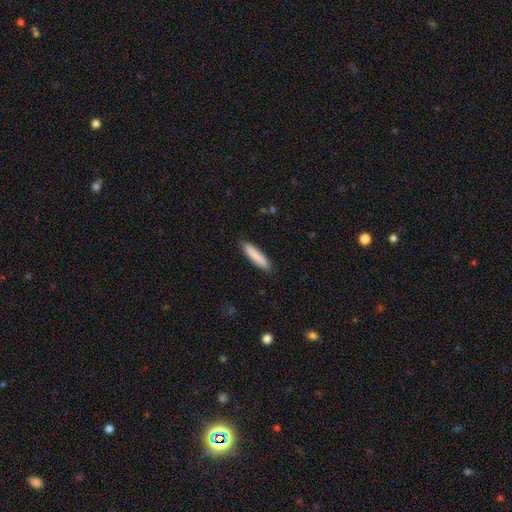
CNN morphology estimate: This is clearly a smooth galaxy (85%). How rounded: clearly cigar-shaped (87%). Merging: clearly none (89%).